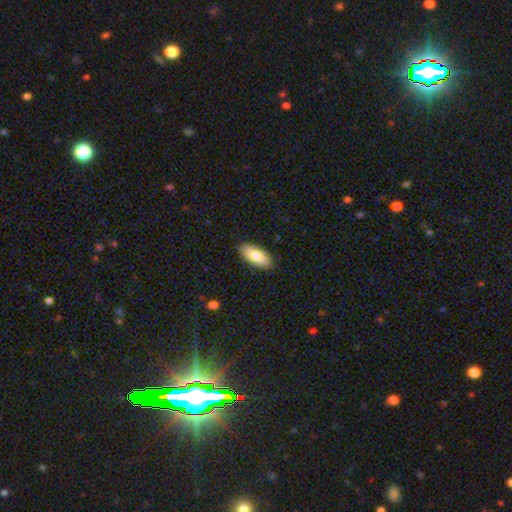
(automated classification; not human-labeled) Smooth or featured? smooth (79%)
How rounded? in between (86%)
Merging? none (88%)